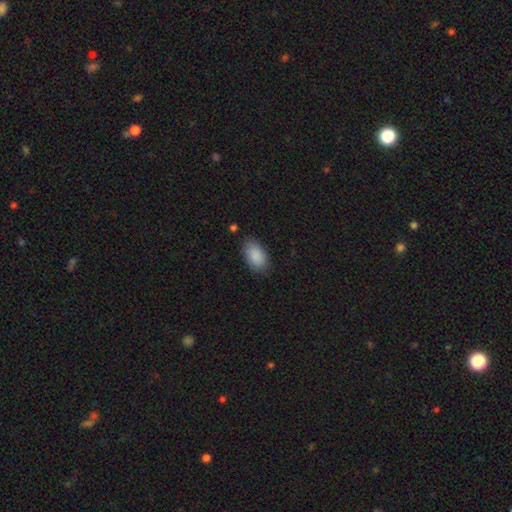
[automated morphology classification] A smooth galaxy with no disk features (89%) that is in between round and cigar-shaped (94%). Merging: none (82%).